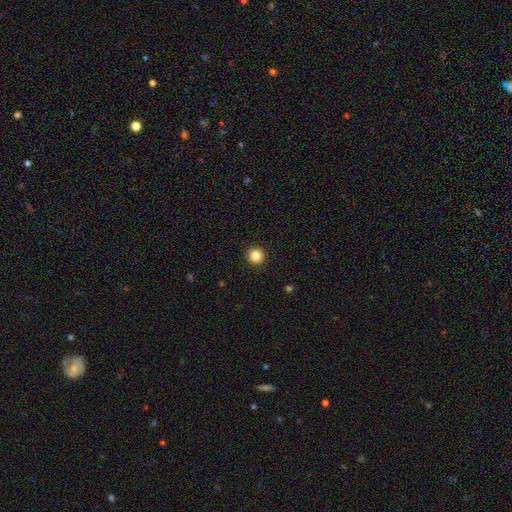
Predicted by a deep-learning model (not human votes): smooth 85%, star or artifact 11%, featured or disk 4%. Down the decision tree: how rounded — round (95%); merging — none (93%).